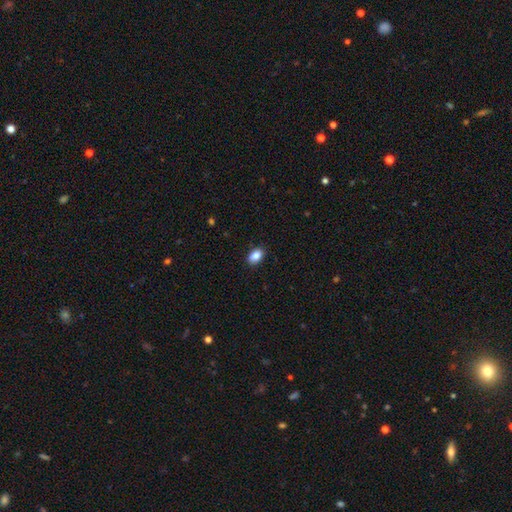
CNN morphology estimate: A smooth galaxy with no disk features (87%) that is in between round and cigar-shaped (88%).

Vote fractions:
- Smooth or featured? smooth: 87% / star or artifact: 8% / featured or disk: 5%
- How rounded? in between: 88% / round: 10% / cigar-shaped: 2%
- Merging? none: 89% / minor disturbance: 9% / major disturbance: 2% / merger: 1%